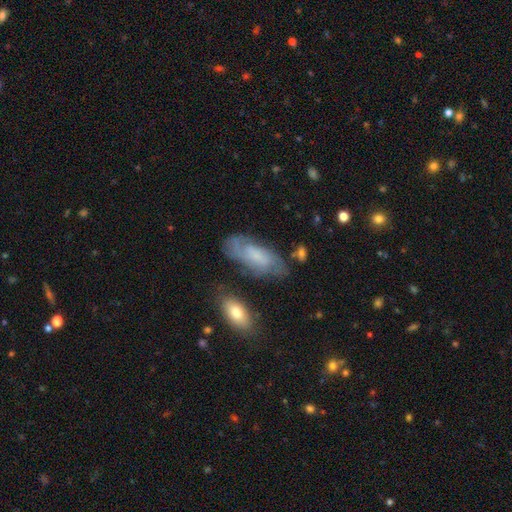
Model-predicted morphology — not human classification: The model was most divided on "bulge size": none: 37%, small: 32%, moderate: 20%, large: 9%, dominant: 2%. More confident: edge-on disk — no (90%); spiral arms — yes (83%); merging — none (62%); bar — no (62%); smooth or featured — featured or disk (56%).